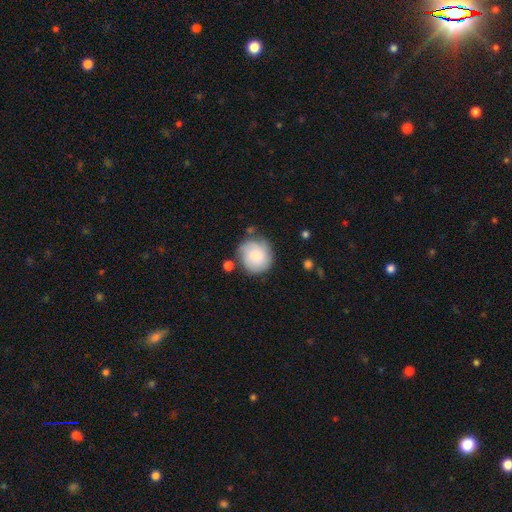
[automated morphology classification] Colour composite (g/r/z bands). It shows a smooth galaxy with no disk features (69%) that is round (88%). Merging: none (67%).